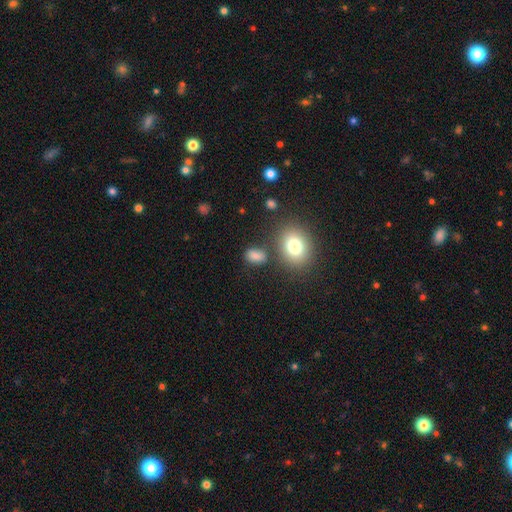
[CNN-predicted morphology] type=smooth (80%); roundness=in between (74%); merging=none (68%).